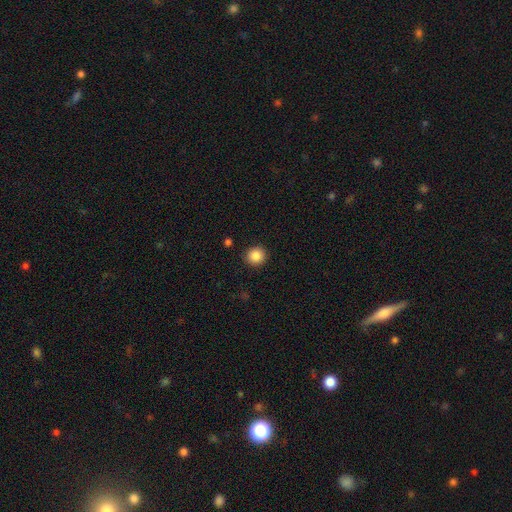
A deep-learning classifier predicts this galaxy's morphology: Smooth or featured? smooth (87%)
How rounded? round (93%)
Merging? none (92%)